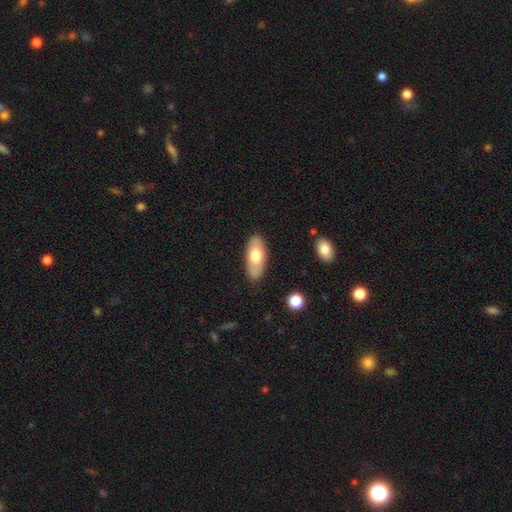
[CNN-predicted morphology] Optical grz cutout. It shows a smooth galaxy with no disk features (67%) that is in between round and cigar-shaped (88%). Merging: none (84%).